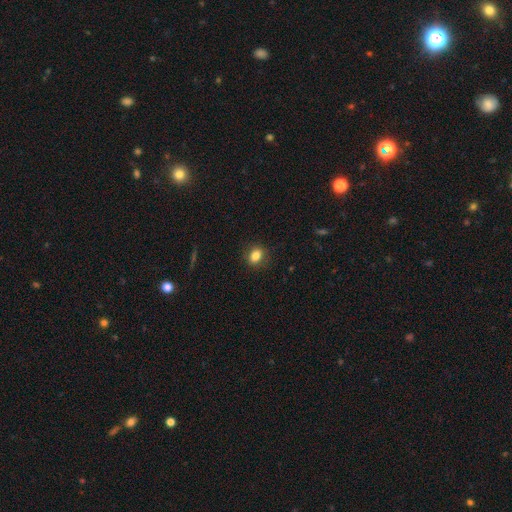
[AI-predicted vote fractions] A smooth galaxy with no disk features (83%) that is in between round and cigar-shaped (50%). Merging: none (87%).